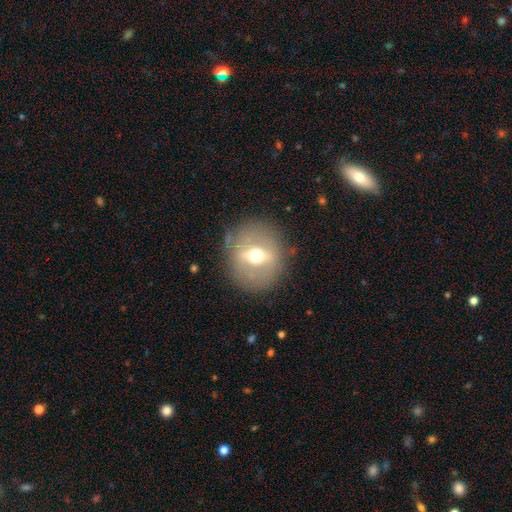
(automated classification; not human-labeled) The model was most divided on "smooth or featured": featured or disk: 58%, smooth: 33%, star or artifact: 8%. More confident: edge-on disk — no (82%); merging — none (81%).